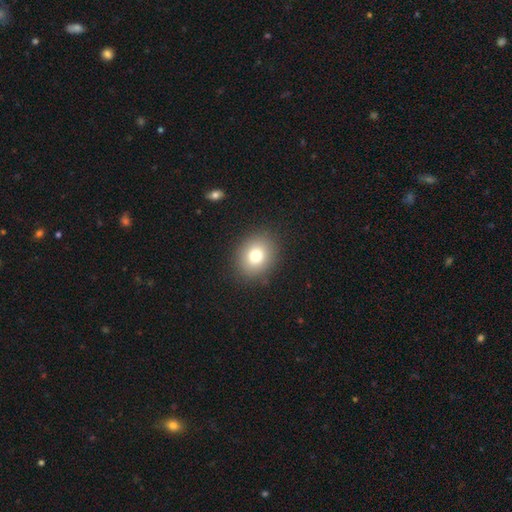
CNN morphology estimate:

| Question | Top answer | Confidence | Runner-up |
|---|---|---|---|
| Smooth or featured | smooth | 78% | star or artifact (11%) |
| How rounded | round | 61% | in between (38%) |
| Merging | none | 88% | minor disturbance (8%) |